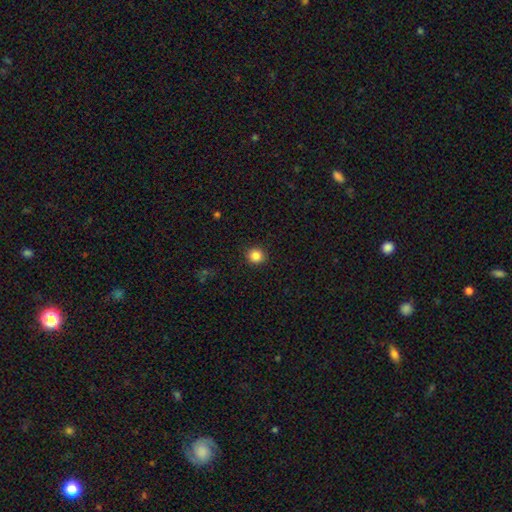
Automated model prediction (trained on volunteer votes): smooth_or_featured: smooth (p=0.86) [alt: star or artifact p=0.11]
how_rounded: round (p=0.92) [alt: in between p=0.08]
merging: none (p=0.92) [alt: minor disturbance p=0.05]